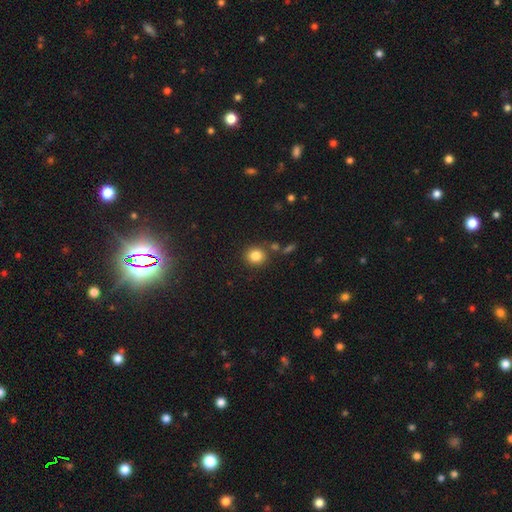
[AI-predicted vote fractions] Smooth or featured? smooth (84%)
How rounded? round (82%)
Merging? none (81%)